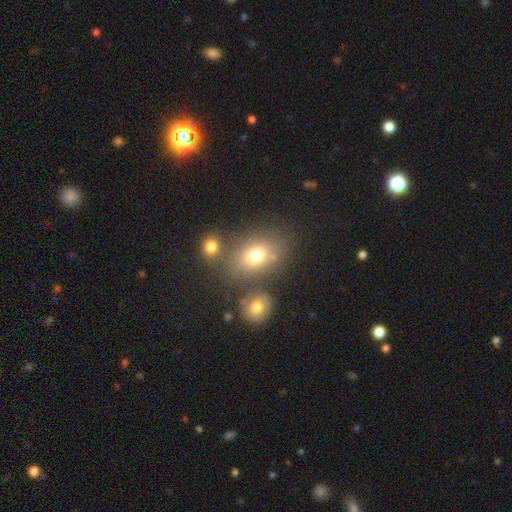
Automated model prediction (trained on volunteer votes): Smooth or featured: smooth — 73% (star or artifact — 14%)
How rounded: in between — 63% (round — 36%)
Merging: none — 64% (merger — 18%)